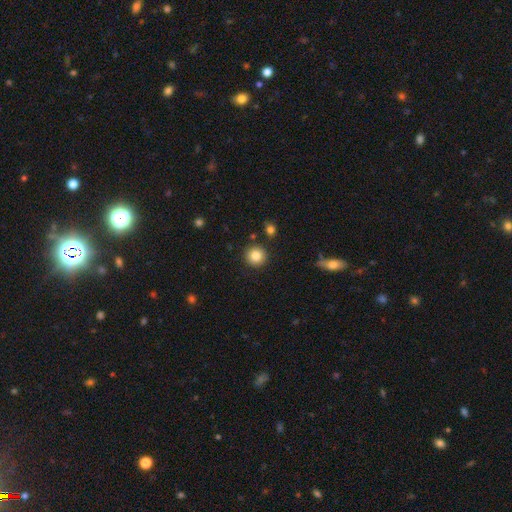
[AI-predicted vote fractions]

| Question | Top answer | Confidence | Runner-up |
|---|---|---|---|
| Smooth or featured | smooth | 84% | star or artifact (10%) |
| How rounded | round | 94% | in between (5%) |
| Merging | none | 90% | minor disturbance (6%) |